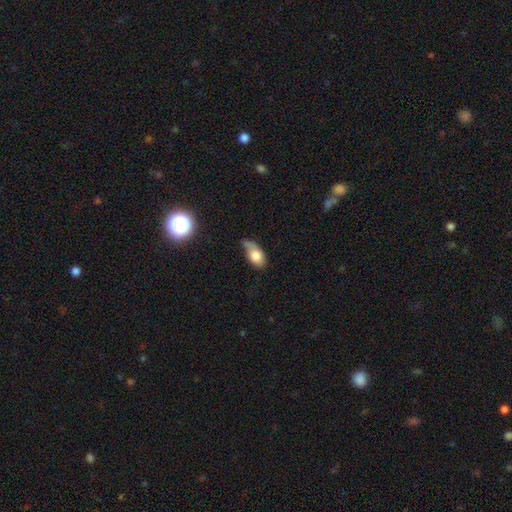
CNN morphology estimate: smooth_or_featured: smooth (p=0.74) [alt: featured or disk p=0.17]
how_rounded: in between (p=0.84) [alt: round p=0.12]
merging: minor disturbance (p=0.39) [alt: none p=0.30]